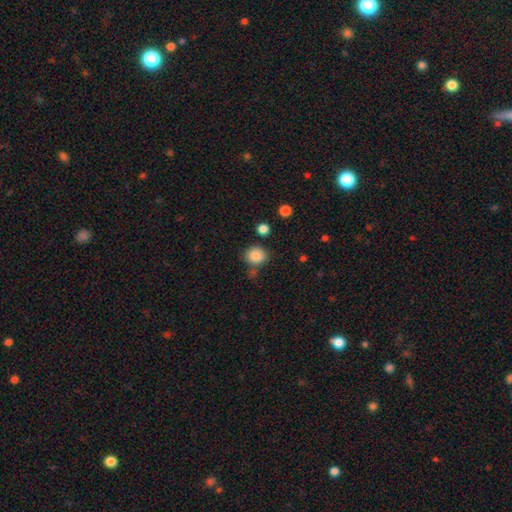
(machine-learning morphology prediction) smooth-or-featured: smooth: 86% | star or artifact: 10% | featured or disk: 4%
  how-rounded: round: 80% | in between: 19% | cigar-shaped: 1%
  merging: none: 75% | minor disturbance: 13% | merger: 8% | major disturbance: 4%